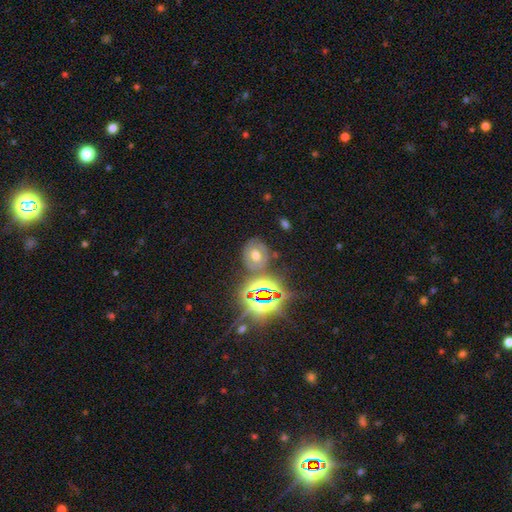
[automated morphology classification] Smooth or featured? smooth (40%)
Merging? none (71%)